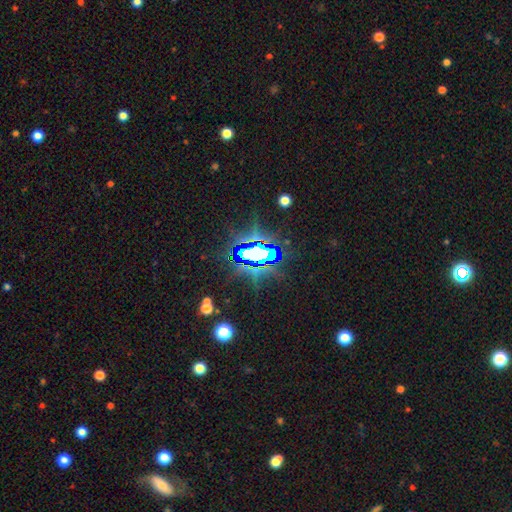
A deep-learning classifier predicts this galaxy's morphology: Smooth or featured? Predicted: star or artifact (p=0.72).